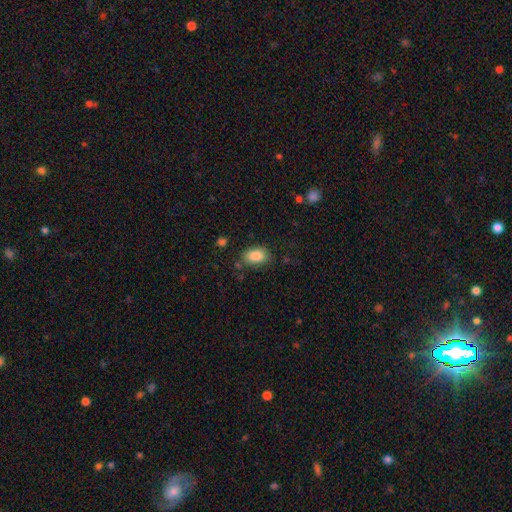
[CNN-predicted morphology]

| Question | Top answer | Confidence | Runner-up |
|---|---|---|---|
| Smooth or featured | smooth | 88% | star or artifact (8%) |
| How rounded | in between | 89% | round (10%) |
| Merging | none | 75% | minor disturbance (17%) |